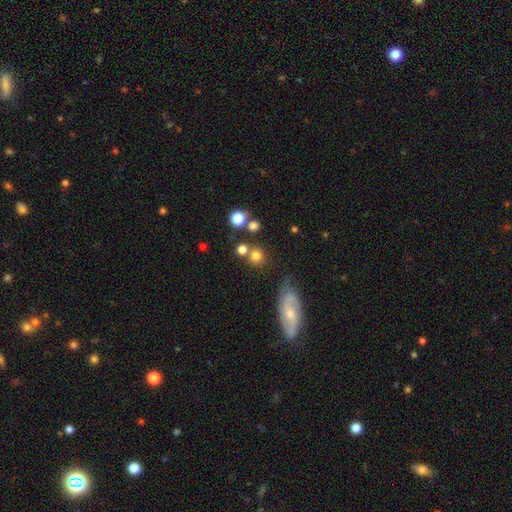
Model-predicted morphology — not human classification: Overall: smooth (76%). How rounded: round (88%). Merging: none (68%).